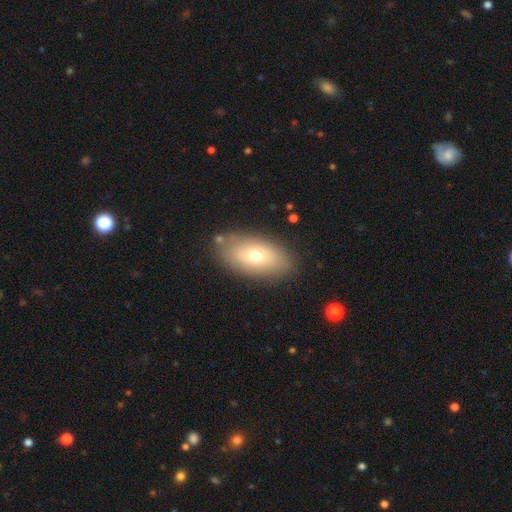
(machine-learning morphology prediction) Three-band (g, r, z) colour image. It shows a smooth galaxy with no disk features (67%) that is in between round and cigar-shaped (91%). Merging: none (83%).